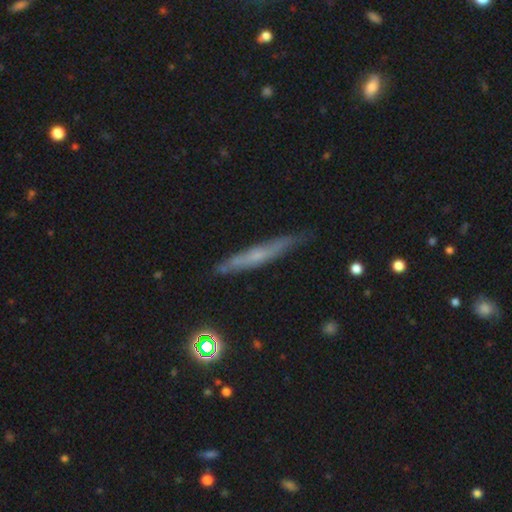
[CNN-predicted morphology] featured or disk 51%, smooth 40%, star or artifact 9%. Down the decision tree: edge-on disk — yes (89%); merging — none (82%).